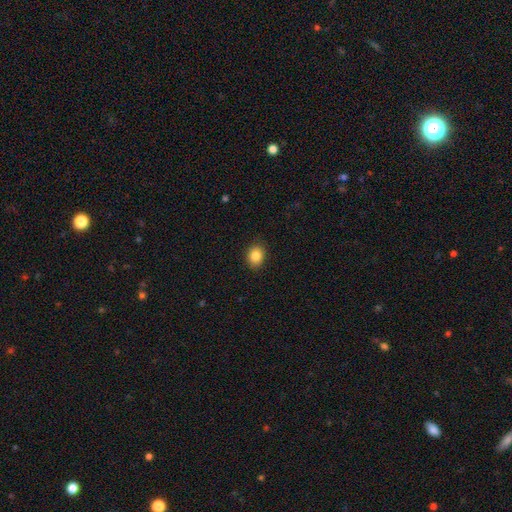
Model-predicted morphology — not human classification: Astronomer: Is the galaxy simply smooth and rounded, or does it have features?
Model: smooth — 85%.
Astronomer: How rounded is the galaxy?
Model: round — 52% (runner-up: in between, 47%).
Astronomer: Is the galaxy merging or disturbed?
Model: none — 88%.